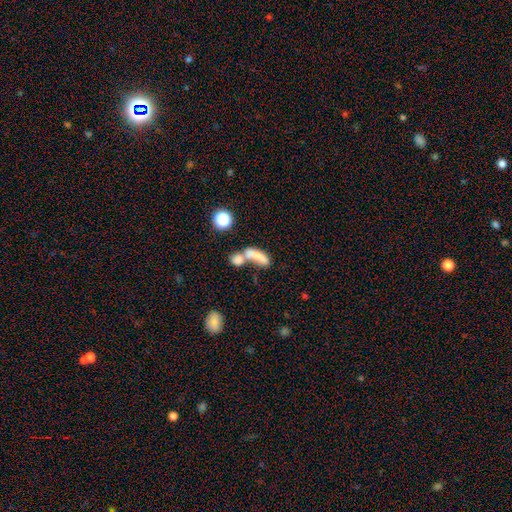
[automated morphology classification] Smooth or featured: smooth — 66% (featured or disk — 22%)
How rounded: in between — 59% (cigar-shaped — 29%)
Merging: merger — 64% (none — 17%)